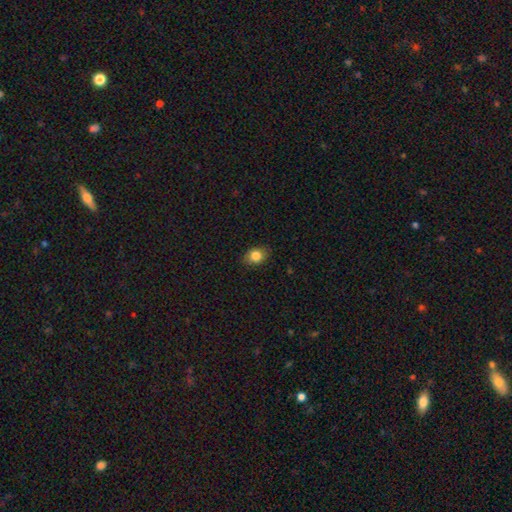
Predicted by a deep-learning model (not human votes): smooth 83%, star or artifact 10%, featured or disk 7%. Down the decision tree: how rounded — in between (58%); merging — none (85%).